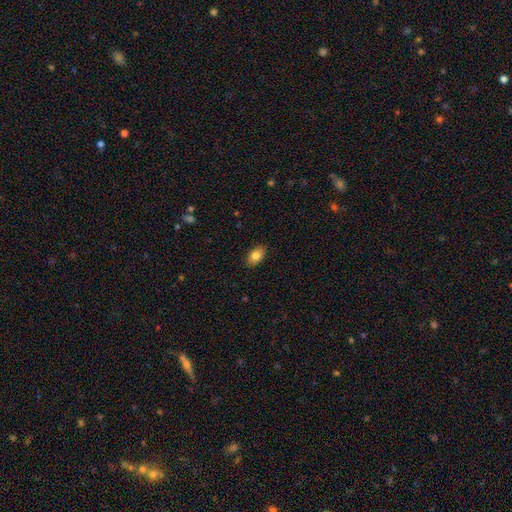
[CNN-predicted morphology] Smooth or featured: smooth — 82% (featured or disk — 10%)
How rounded: in between — 91% (round — 7%)
Merging: none — 88% (minor disturbance — 9%)